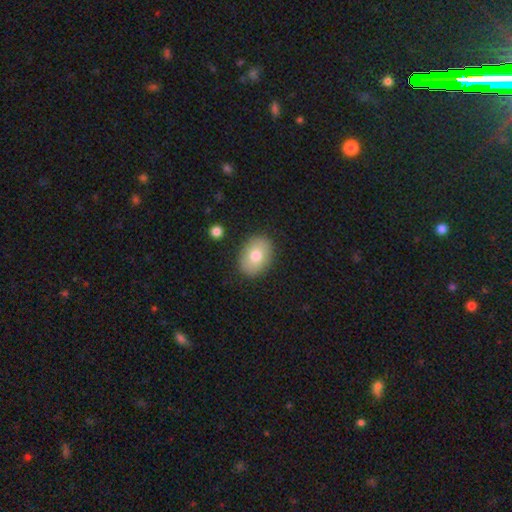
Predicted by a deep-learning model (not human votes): A smooth galaxy with no disk features (78%) that is in between round and cigar-shaped (77%). Merging: none (87%).